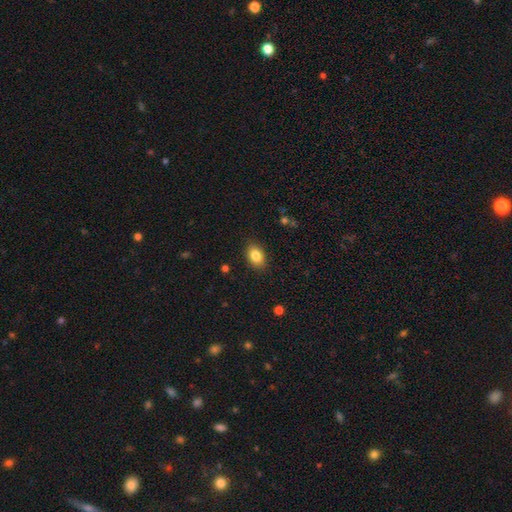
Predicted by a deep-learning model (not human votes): Smooth or featured?
  - smooth: 84% *
  - star or artifact: 9%
  - featured or disk: 8%
How rounded?
  - in between: 81% *
  - round: 18%
  - cigar-shaped: 1%
Merging?
  - none: 87% *
  - minor disturbance: 10%
  - major disturbance: 2%
  - merger: 1%